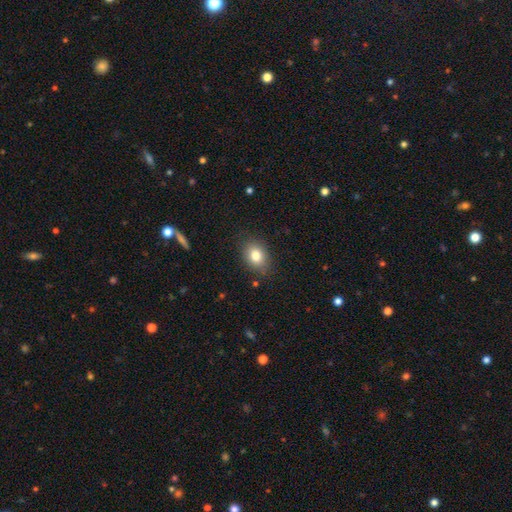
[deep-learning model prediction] A smooth galaxy with no disk features (82%) that is in between round and cigar-shaped (69%). Merging: none (82%).